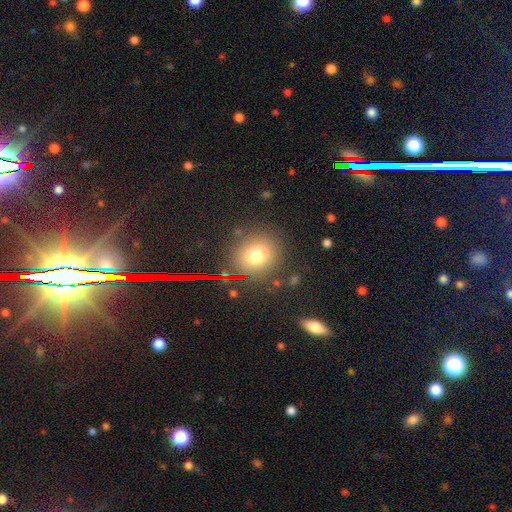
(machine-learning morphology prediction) This appears to be a smooth galaxy with no disk features (69%) that is round (75%). Merging: none (78%).